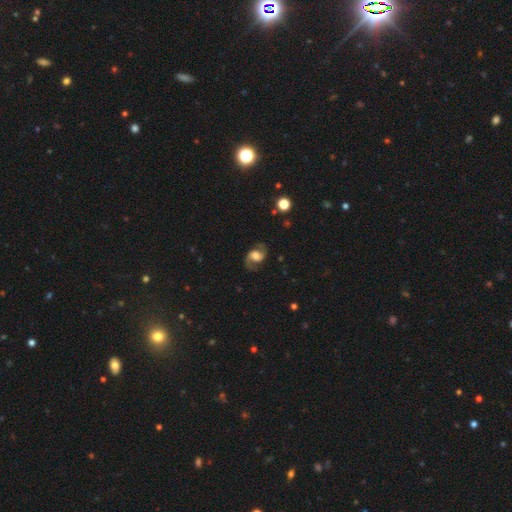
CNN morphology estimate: A featured or disk galaxy (80%) with no bar (44%), 2 (92%) medium (48%) spiral arms (95%) and a large central bulge (40%). Merging: none (77%).